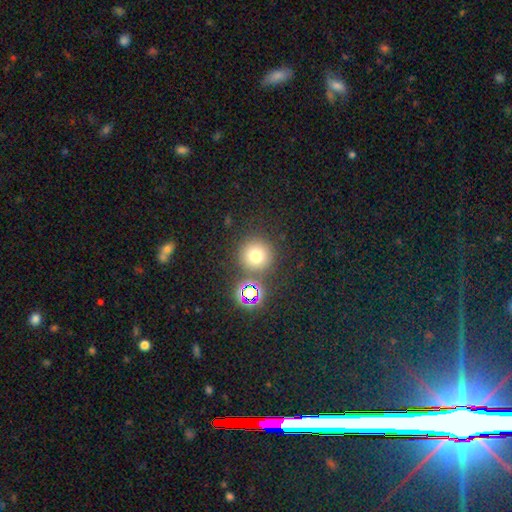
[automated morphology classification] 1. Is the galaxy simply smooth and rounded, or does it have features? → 69% smooth, 22% star or artifact, 9% featured or disk.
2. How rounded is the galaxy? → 95% round, 4% in between, 1% cigar-shaped.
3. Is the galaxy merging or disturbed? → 80% none, 9% merger, 8% minor disturbance, 3% major disturbance.